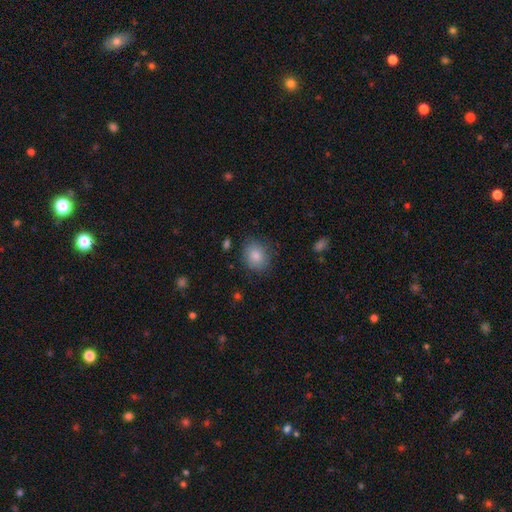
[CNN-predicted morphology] Q: Smooth or featured?
A: smooth (85%); runner-up: star or artifact (8%)
Q: How rounded?
A: round (64%); runner-up: in between (35%)
Q: Merging?
A: none (79%); runner-up: minor disturbance (15%)